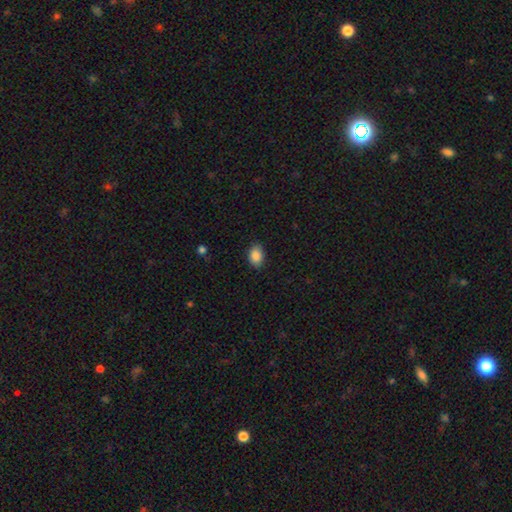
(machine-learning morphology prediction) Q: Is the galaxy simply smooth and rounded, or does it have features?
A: smooth — 88%.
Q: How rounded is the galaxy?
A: in between — 81%.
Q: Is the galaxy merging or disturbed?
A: none — 86%.